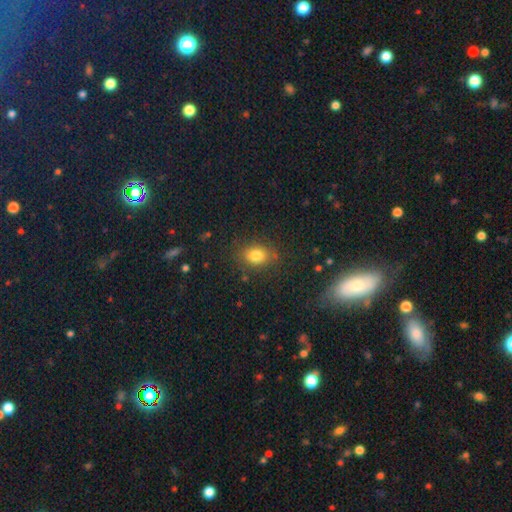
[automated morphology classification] Smooth or featured? Predicted: smooth (p=0.79). How rounded? Predicted: in between (p=0.61). Merging? Predicted: none (p=0.81).